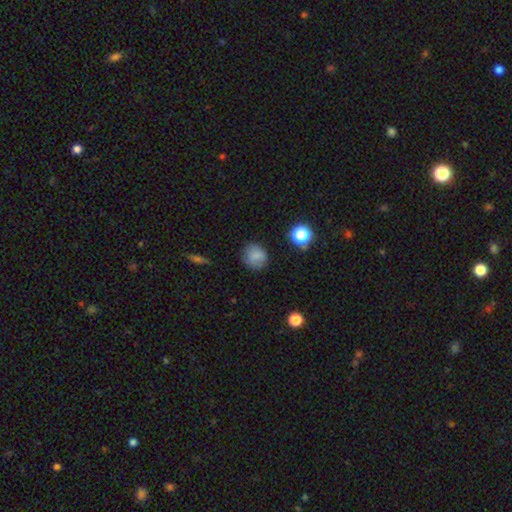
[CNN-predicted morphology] Smooth or featured: smooth — 81% (star or artifact — 12%)
How rounded: round — 84% (in between — 15%)
Merging: none — 81% (minor disturbance — 14%)